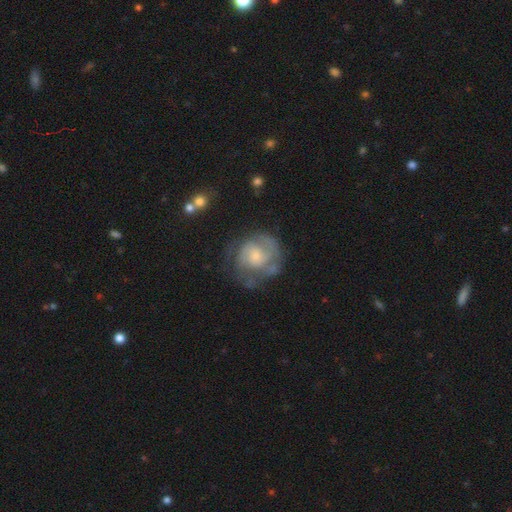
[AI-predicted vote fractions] Smooth or featured: featured or disk — 67% (smooth — 26%)
Edge-on disk: no — 98% (yes — 2%)
Bar: no — 71% (weak — 26%)
Spiral arms: yes — 80% (no — 20%)
Spiral winding: tight — 50% (medium — 36%)
Spiral arm count: can't tell — 37% (2 — 34%)
Bulge size: small — 51% (moderate — 35%)
Merging: none — 58% (minor disturbance — 22%)